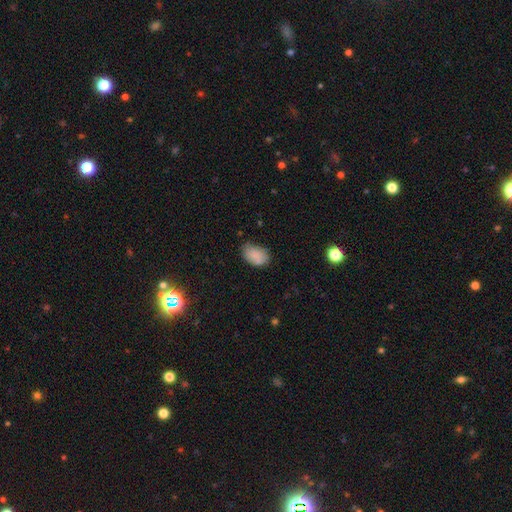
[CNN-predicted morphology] Overall: smooth (83%). How rounded: in between (89%). Merging: none (63%; minor disturbance 26%).